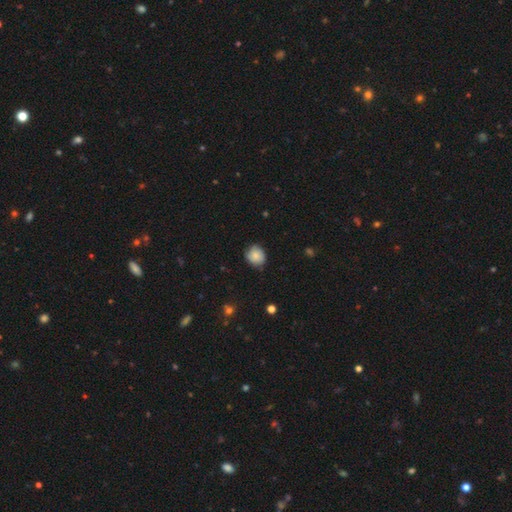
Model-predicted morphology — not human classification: Q: Smooth or featured?
A: smooth (79%); runner-up: featured or disk (13%)
Q: How rounded?
A: round (80%); runner-up: in between (19%)
Q: Merging?
A: none (76%); runner-up: minor disturbance (19%)